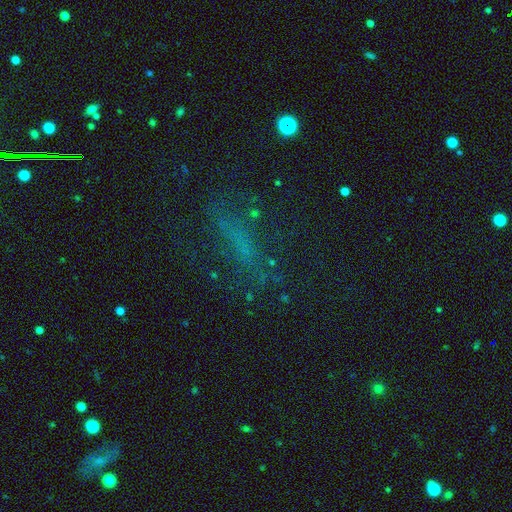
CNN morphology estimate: Overall: star or artifact (38%; smooth 36%).